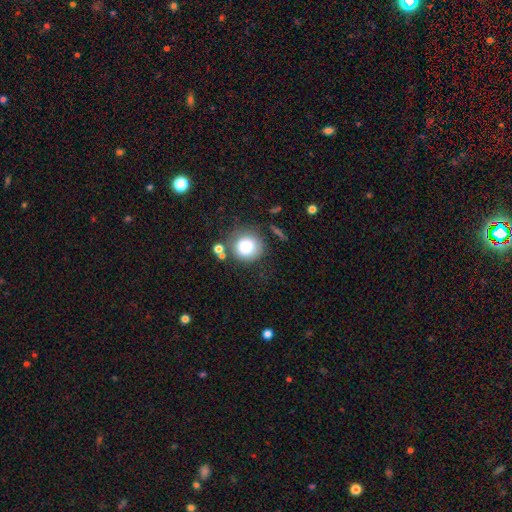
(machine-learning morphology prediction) Smooth or featured? smooth (63%)
How rounded? round (92%)
Merging? none (79%)